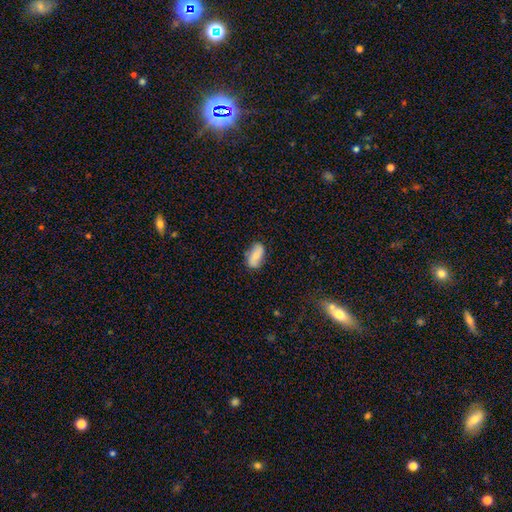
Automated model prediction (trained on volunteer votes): A smooth galaxy with no disk features (71%) that is in between round and cigar-shaped (90%).

Vote fractions:
- Smooth or featured? smooth: 71% / featured or disk: 22% / star or artifact: 7%
- How rounded? in between: 90% / cigar-shaped: 6% / round: 4%
- Merging? none: 77% / minor disturbance: 18% / major disturbance: 4% / merger: 2%